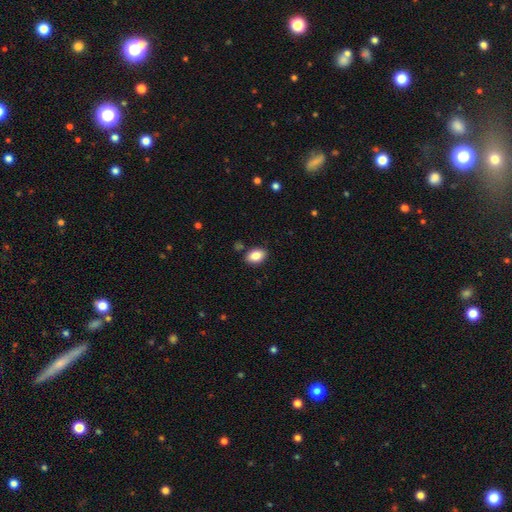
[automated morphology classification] The model was most divided on "how rounded": in between: 86%, round: 13%, cigar-shaped: 1%. More confident: smooth or featured — smooth (87%); merging — none (85%).